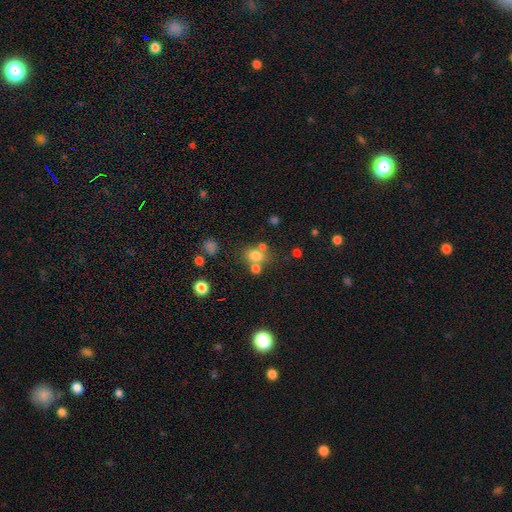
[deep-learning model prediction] smooth_or_featured: smooth (p=0.73) [alt: star or artifact p=0.17]
how_rounded: round (p=0.54) [alt: in between p=0.45]
merging: none (p=0.55) [alt: merger p=0.28]